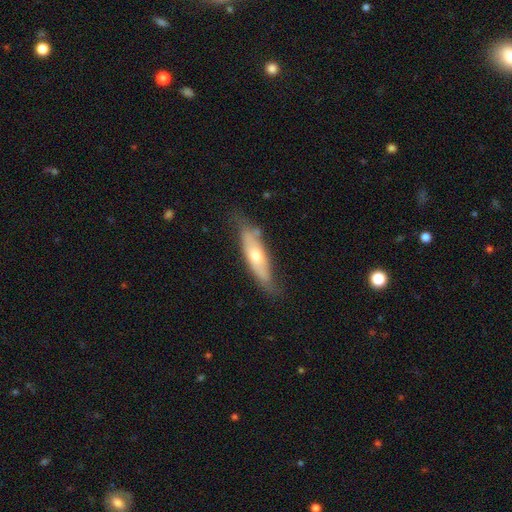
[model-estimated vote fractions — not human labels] smooth-or-featured: featured or disk: 53% | smooth: 40% | star or artifact: 6%
  disk-edge-on: yes: 55% | no: 45%
  merging: none: 67% | minor disturbance: 24% | major disturbance: 6% | merger: 3%